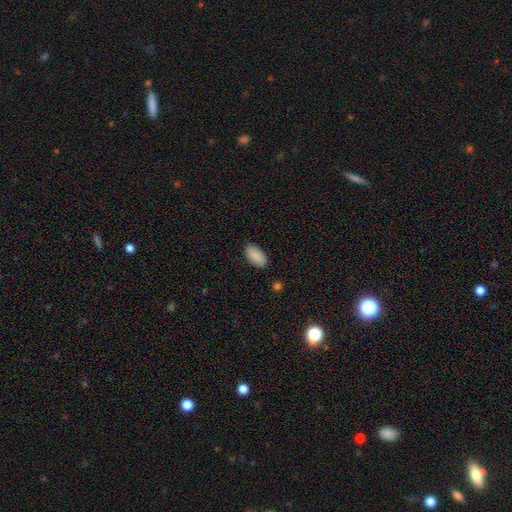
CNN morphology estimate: Smooth or featured? Predicted: smooth (p=0.90). How rounded? Predicted: in between (p=0.95). Merging? Predicted: none (p=0.85).